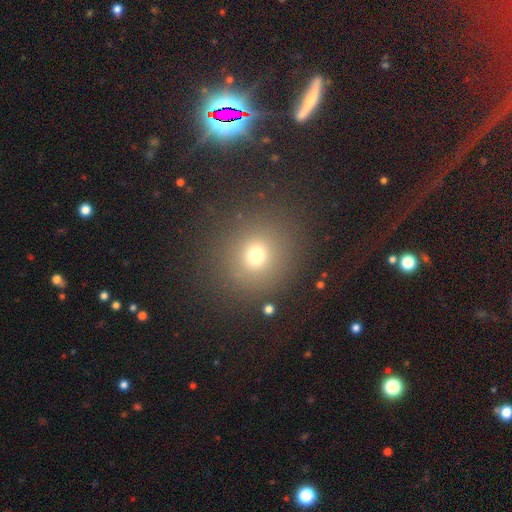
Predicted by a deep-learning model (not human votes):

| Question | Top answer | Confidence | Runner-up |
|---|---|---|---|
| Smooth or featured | smooth | 70% | star or artifact (21%) |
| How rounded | round | 90% | in between (9%) |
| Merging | none | 85% | minor disturbance (8%) |